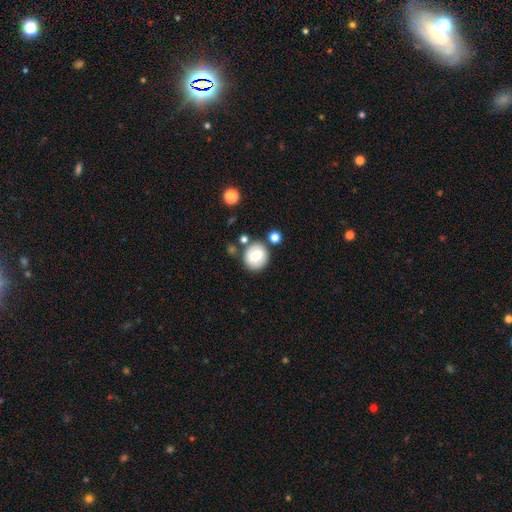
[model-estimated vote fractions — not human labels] Smooth or featured: smooth — 76% (featured or disk — 16%)
How rounded: round — 74% (in between — 25%)
Merging: none — 73% (minor disturbance — 13%)